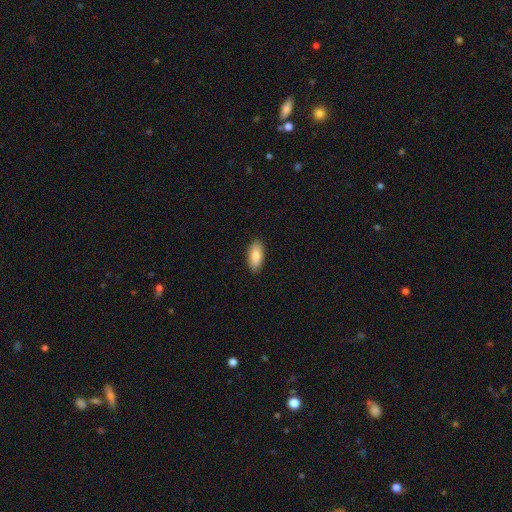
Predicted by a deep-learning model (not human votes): Overall: smooth (85%). How rounded: in between (90%). Merging: none (89%).